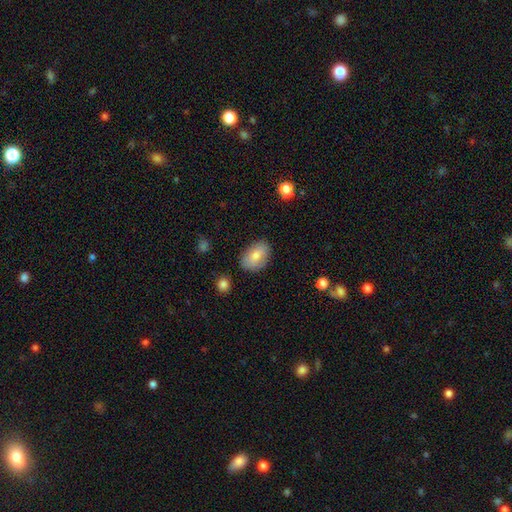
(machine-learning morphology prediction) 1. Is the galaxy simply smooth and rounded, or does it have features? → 76% smooth, 18% featured or disk, 7% star or artifact.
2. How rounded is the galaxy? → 88% in between, 10% round, 1% cigar-shaped.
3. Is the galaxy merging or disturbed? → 79% none, 16% minor disturbance, 3% major disturbance, 2% merger.